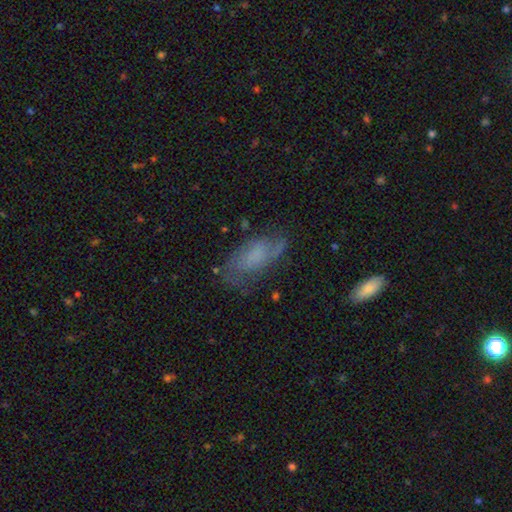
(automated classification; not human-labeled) smooth_or_featured: featured or disk (p=0.47) [alt: smooth p=0.42]
merging: none (p=0.56) [alt: minor disturbance p=0.25]